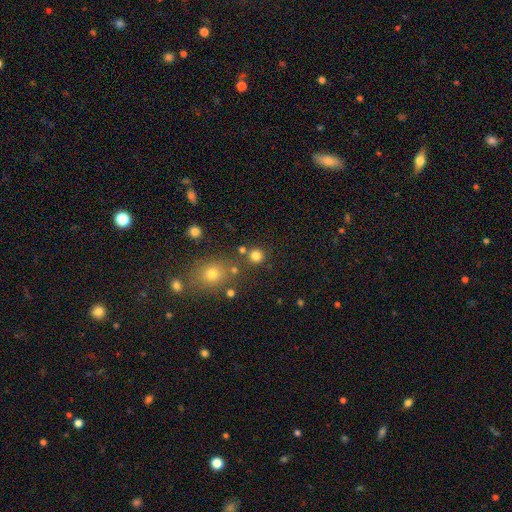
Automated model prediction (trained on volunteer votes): Smooth or featured? Predicted: smooth (p=0.79). How rounded? Predicted: round (p=0.92). Merging? Predicted: none (p=0.79).